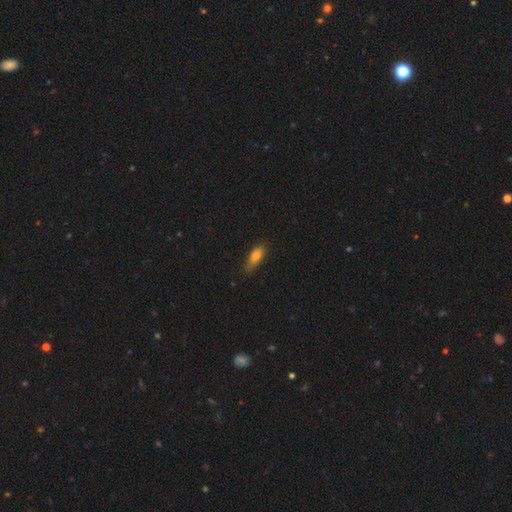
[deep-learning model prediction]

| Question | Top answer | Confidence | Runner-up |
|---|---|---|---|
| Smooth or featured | smooth | 78% | featured or disk (14%) |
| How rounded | in between | 63% | cigar-shaped (34%) |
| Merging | none | 74% | minor disturbance (21%) |